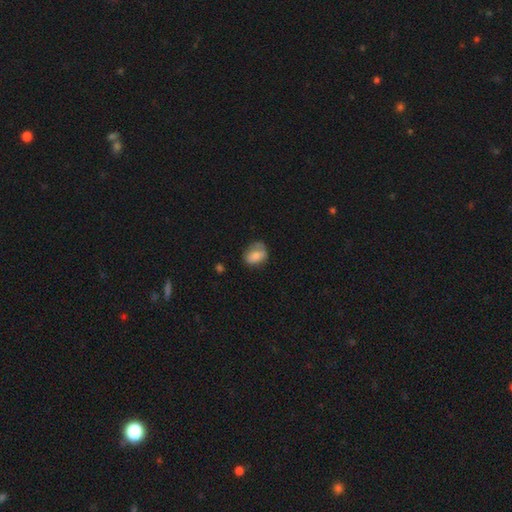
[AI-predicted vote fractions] Morphology: type=smooth (72%); roundness=in between (59%); merging=none (54%).